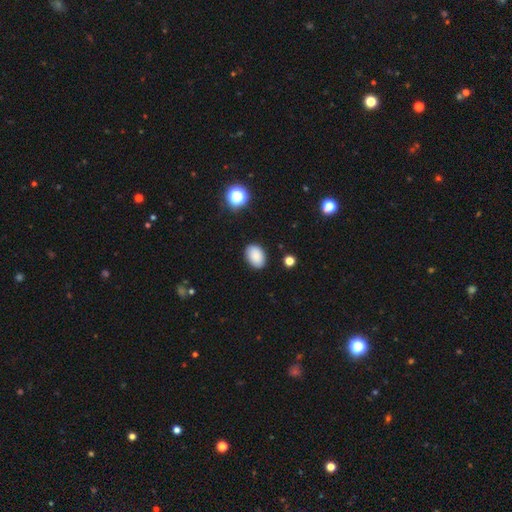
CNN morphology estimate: A smooth galaxy with no disk features (88%) that is in between round and cigar-shaped (85%).

Vote fractions:
- Smooth or featured? smooth: 88% / star or artifact: 8% / featured or disk: 4%
- How rounded? in between: 85% / round: 14% / cigar-shaped: 1%
- Merging? none: 87% / minor disturbance: 9% / major disturbance: 2% / merger: 1%